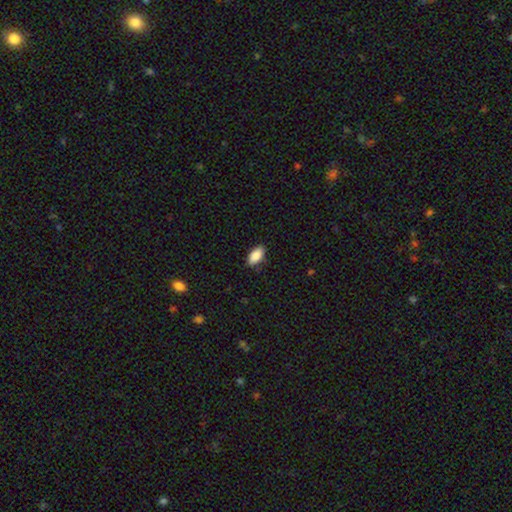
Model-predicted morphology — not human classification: This is clearly a smooth galaxy (88%). How rounded: clearly in between (92%). Merging: clearly none (85%).